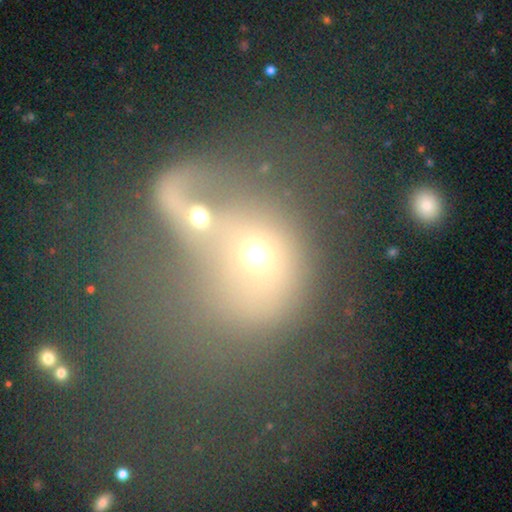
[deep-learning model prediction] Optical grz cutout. It shows a smooth galaxy with no disk features (50%) that is round (63%). Merging: merger (68%).